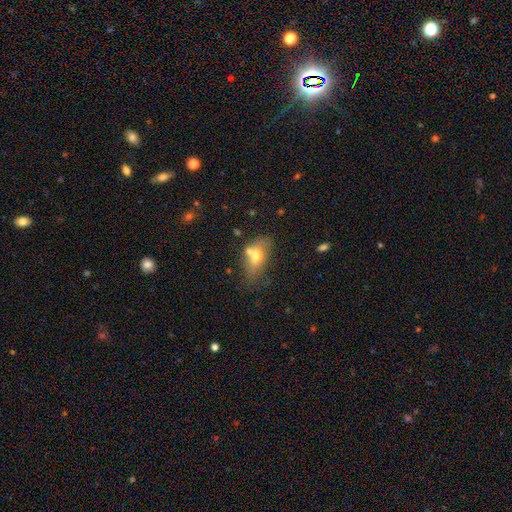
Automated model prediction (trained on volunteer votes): The model was most divided on "merging": none: 43%, merger: 27%, minor disturbance: 21%, major disturbance: 10%. More confident: how rounded — in between (83%); smooth or featured — smooth (63%).